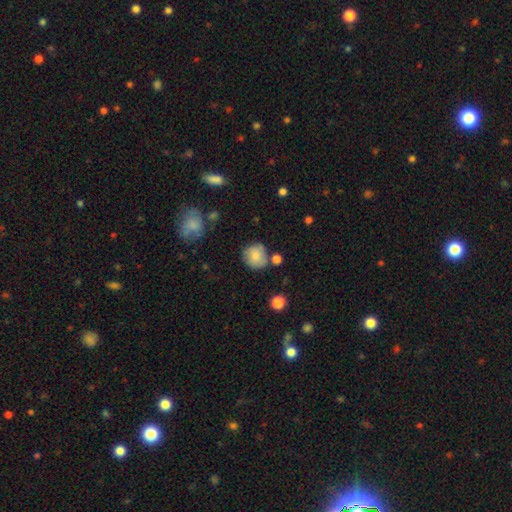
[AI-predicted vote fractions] smooth-or-featured: smooth: 78% | featured or disk: 13% | star or artifact: 8%
  how-rounded: round: 87% | in between: 12% | cigar-shaped: 1%
  merging: none: 69% | minor disturbance: 18% | merger: 9% | major disturbance: 5%